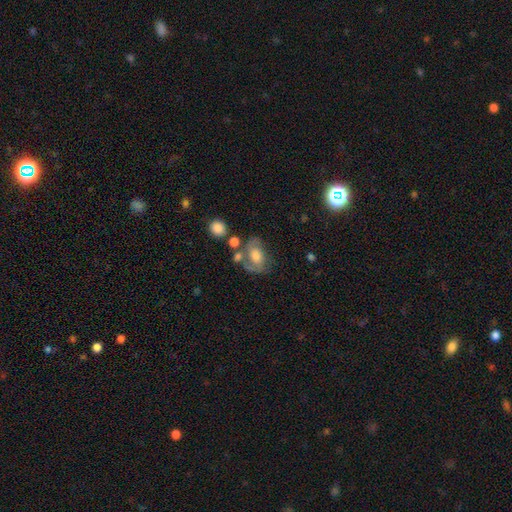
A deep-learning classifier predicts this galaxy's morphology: type=featured or disk (52%); edge-on=no (95%); merging=none (42%).